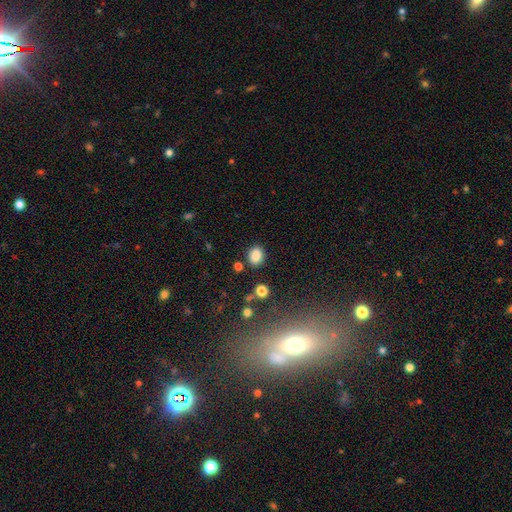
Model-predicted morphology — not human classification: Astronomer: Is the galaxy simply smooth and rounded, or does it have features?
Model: smooth — 85%.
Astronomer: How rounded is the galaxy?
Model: round — 50% (runner-up: in between, 49%).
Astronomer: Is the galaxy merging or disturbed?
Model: none — 83%.